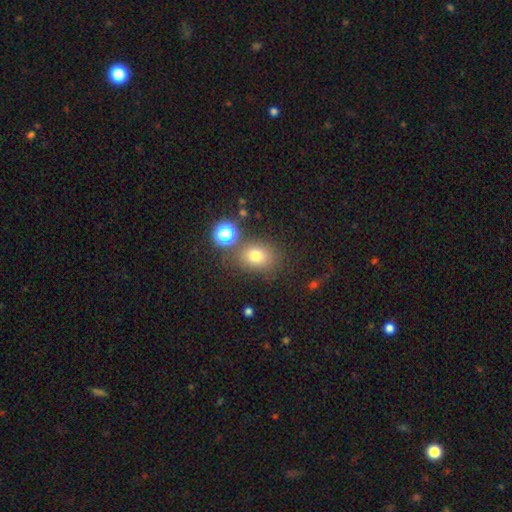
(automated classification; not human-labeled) smooth_or_featured: smooth (p=0.74) [alt: star or artifact p=0.17]
how_rounded: round (p=0.53) [alt: in between p=0.46]
merging: none (p=0.72) [alt: minor disturbance p=0.13]